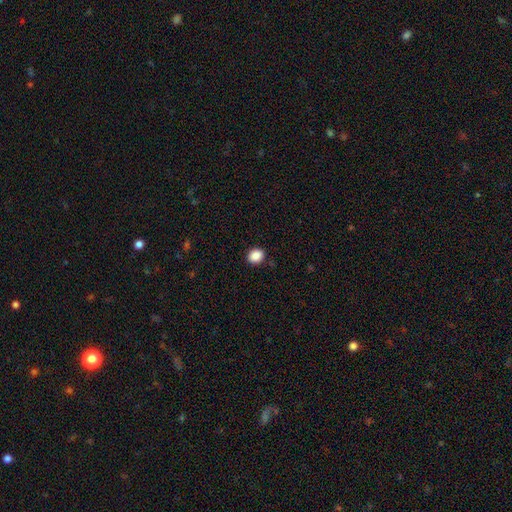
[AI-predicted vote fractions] This appears to be a smooth galaxy with no disk features (89%) that is round (56%). Merging: none (89%).